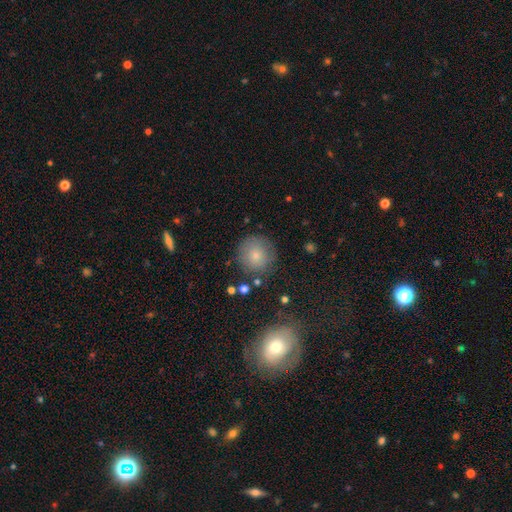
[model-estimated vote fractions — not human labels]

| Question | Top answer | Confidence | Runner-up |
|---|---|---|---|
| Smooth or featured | smooth | 77% | featured or disk (12%) |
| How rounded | round | 93% | in between (6%) |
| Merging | none | 81% | minor disturbance (12%) |